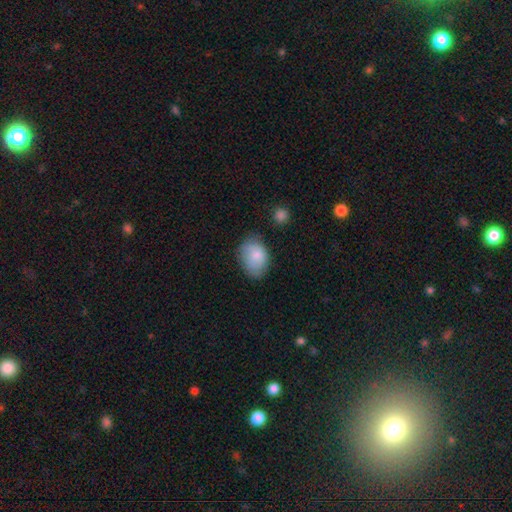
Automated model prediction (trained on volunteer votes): Q: Smooth or featured?
A: smooth (81%); runner-up: featured or disk (12%)
Q: How rounded?
A: in between (77%); runner-up: round (22%)
Q: Merging?
A: none (62%); runner-up: minor disturbance (28%)